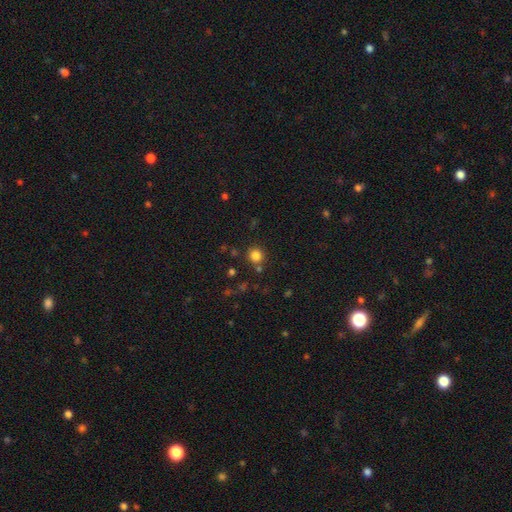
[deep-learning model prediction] A smooth galaxy with no disk features (81%) that is round (92%). Merging: none (81%).